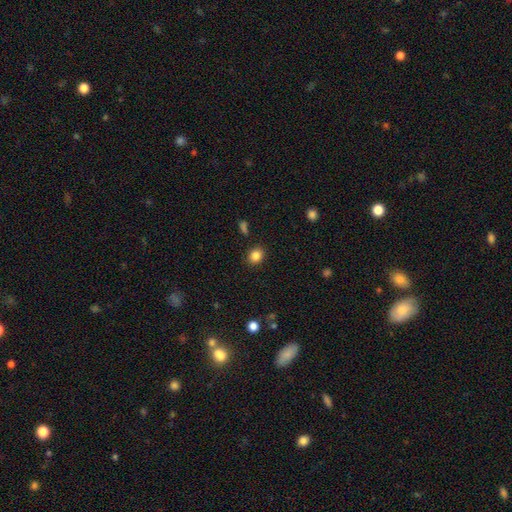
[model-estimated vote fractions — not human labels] smooth_or_featured: smooth (p=0.85) [alt: star or artifact p=0.11]
how_rounded: round (p=0.64) [alt: in between p=0.35]
merging: none (p=0.89) [alt: minor disturbance p=0.07]